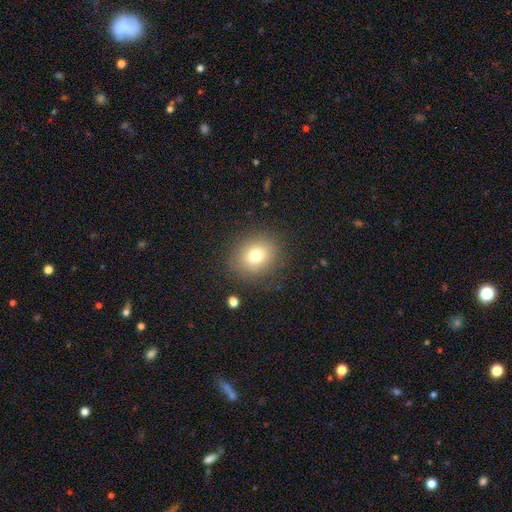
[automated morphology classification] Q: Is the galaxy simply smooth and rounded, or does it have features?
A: smooth — 76%.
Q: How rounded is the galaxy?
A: round — 67%.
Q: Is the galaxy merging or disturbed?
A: none — 85%.